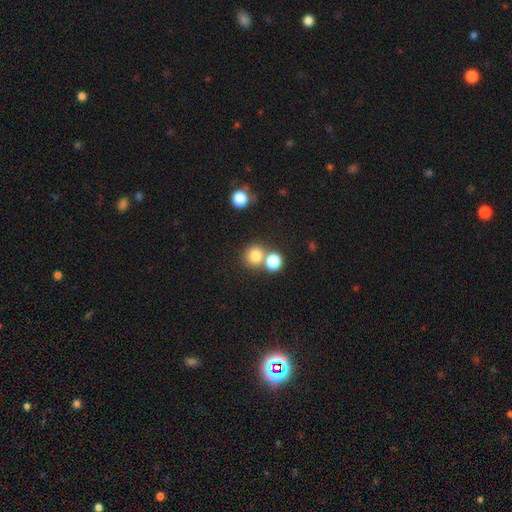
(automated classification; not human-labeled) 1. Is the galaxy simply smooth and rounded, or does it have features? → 79% smooth, 13% star or artifact, 7% featured or disk.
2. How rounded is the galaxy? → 86% round, 13% in between, 1% cigar-shaped.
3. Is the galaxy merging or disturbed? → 55% none, 36% merger, 7% minor disturbance, 3% major disturbance.